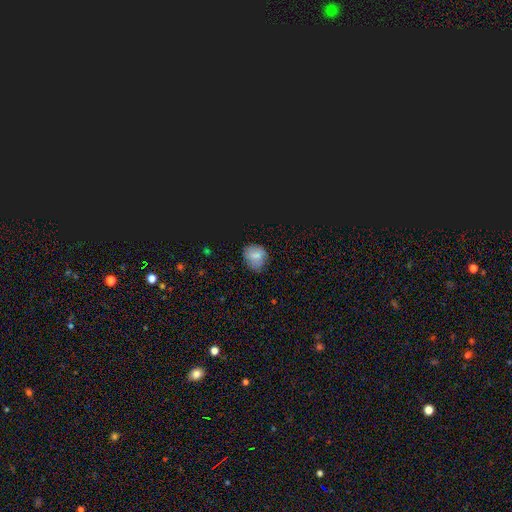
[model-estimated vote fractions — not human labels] This is likely a smooth galaxy (70%). How rounded: likely round (64%). Merging: likely none (71%).